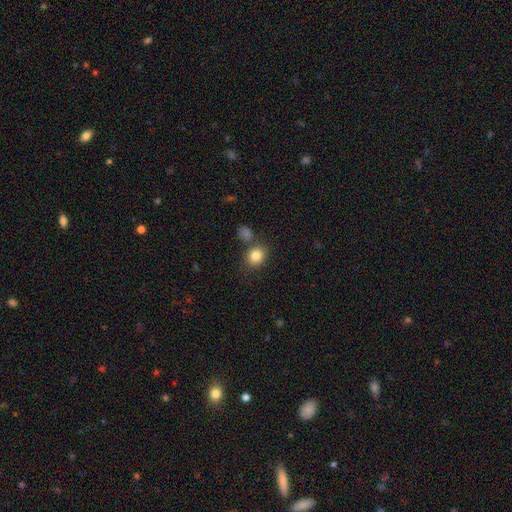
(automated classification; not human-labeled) This appears to be a smooth galaxy with no disk features (83%) that is round (66%). Merging: none (70%).